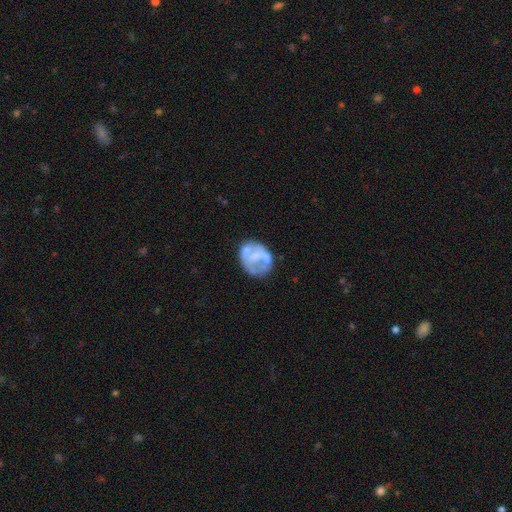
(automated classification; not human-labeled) The model was most divided on "smooth or featured": featured or disk: 53%, smooth: 38%, star or artifact: 8%. More confident: edge-on disk — no (98%); spiral arms — no (82%); bar — no (72%); bulge size — none (54%); merging — none (50%).